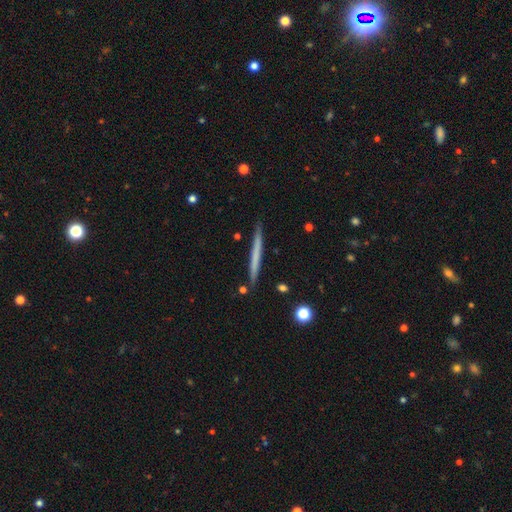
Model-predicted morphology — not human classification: Smooth or featured: smooth — 55% (featured or disk — 39%)
How rounded: cigar-shaped — 97% (in between — 2%)
Merging: none — 89% (minor disturbance — 8%)